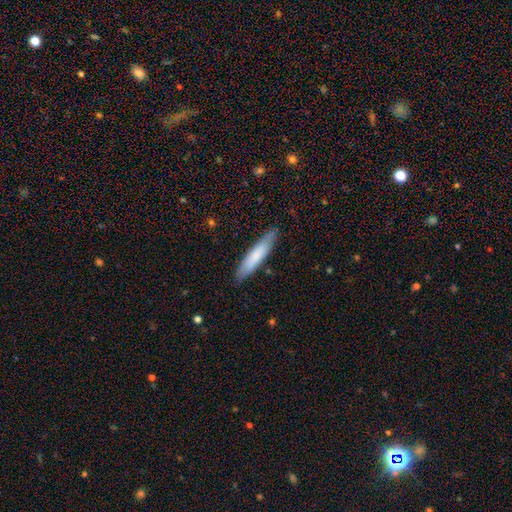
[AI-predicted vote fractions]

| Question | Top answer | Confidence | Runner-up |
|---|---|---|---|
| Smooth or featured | smooth | 72% | featured or disk (23%) |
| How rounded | cigar-shaped | 86% | in between (13%) |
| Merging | none | 87% | minor disturbance (10%) |